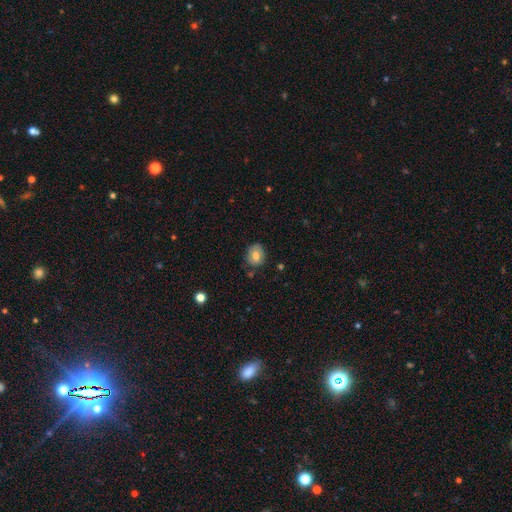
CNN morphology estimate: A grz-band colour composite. It shows a smooth galaxy with no disk features (69%) that is round (64%). Merging: none (74%).